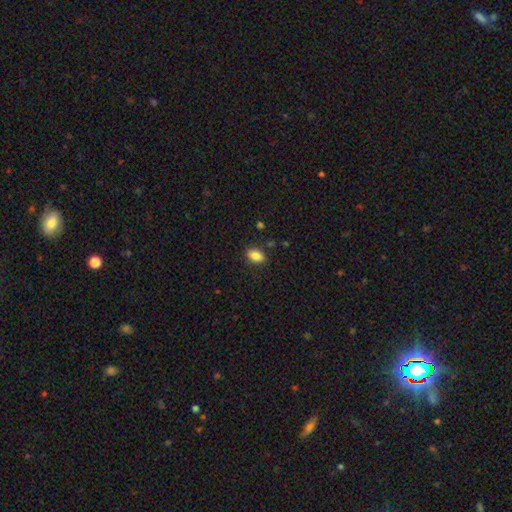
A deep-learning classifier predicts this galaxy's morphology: Smooth or featured?
  - smooth: 86% *
  - star or artifact: 9%
  - featured or disk: 5%
How rounded?
  - in between: 84% *
  - round: 14%
  - cigar-shaped: 2%
Merging?
  - none: 86% *
  - minor disturbance: 10%
  - major disturbance: 2%
  - merger: 2%